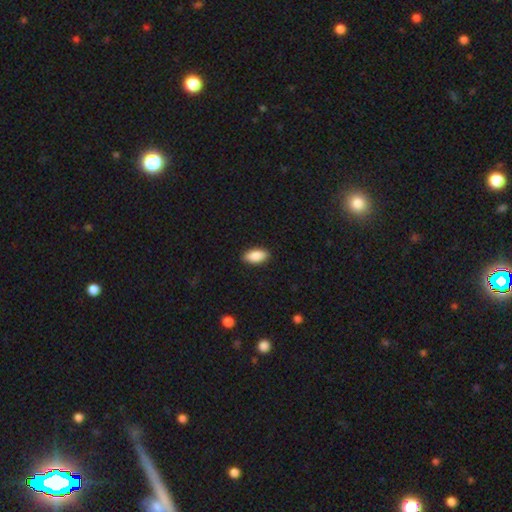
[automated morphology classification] Smooth or featured? Predicted: smooth (p=0.89). How rounded? Predicted: in between (p=0.91). Merging? Predicted: none (p=0.89).